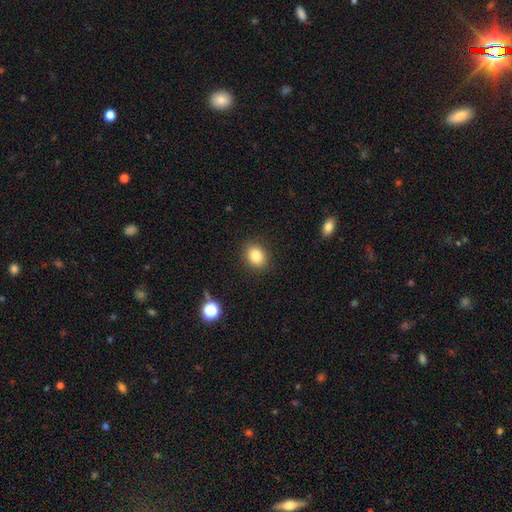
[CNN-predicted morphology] smooth_or_featured: smooth (p=0.83) [alt: star or artifact p=0.11]
how_rounded: round (p=0.52) [alt: in between p=0.48]
merging: none (p=0.89) [alt: minor disturbance p=0.08]